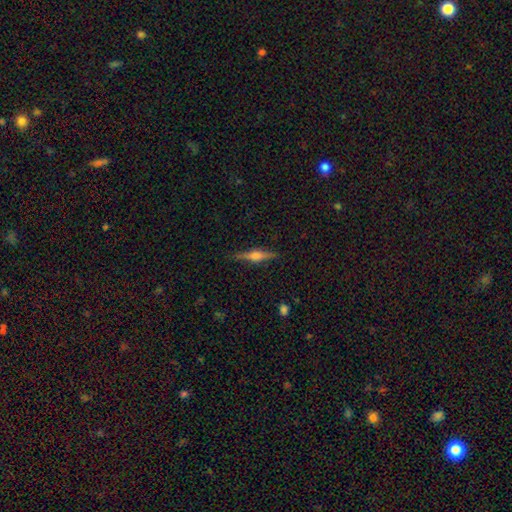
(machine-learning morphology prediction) This is likely a featured or disk galaxy (72%). It is clearly viewed edge-on (98%). Edge-on bulge: clearly rounded (89%). Merging: clearly none (89%).